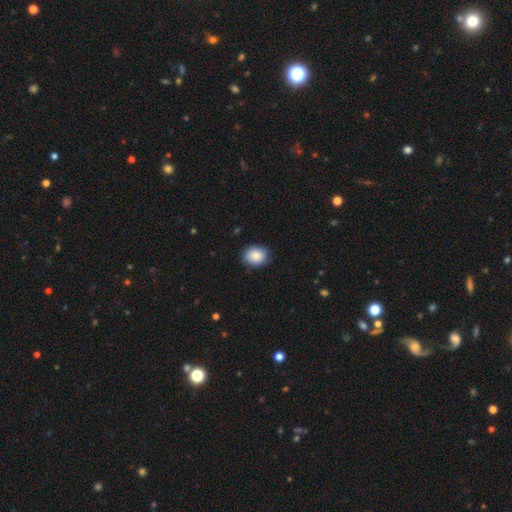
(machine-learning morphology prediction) Smooth or featured? Predicted: smooth (p=0.87). How rounded? Predicted: round (p=0.52). Merging? Predicted: none (p=0.85).